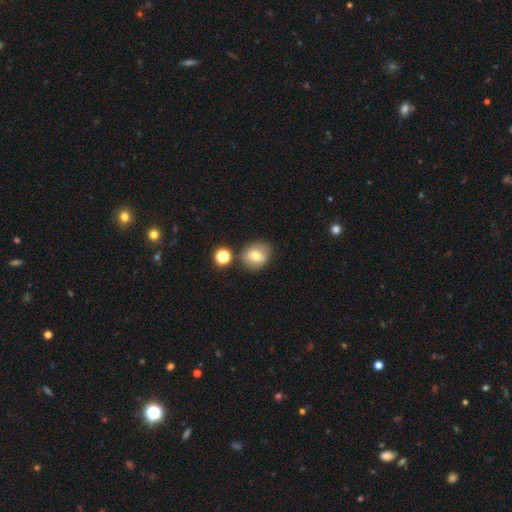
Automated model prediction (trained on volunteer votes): The model was most divided on "how rounded": round: 73%, in between: 26%, cigar-shaped: 1%. More confident: merging — none (76%); smooth or featured — smooth (68%).